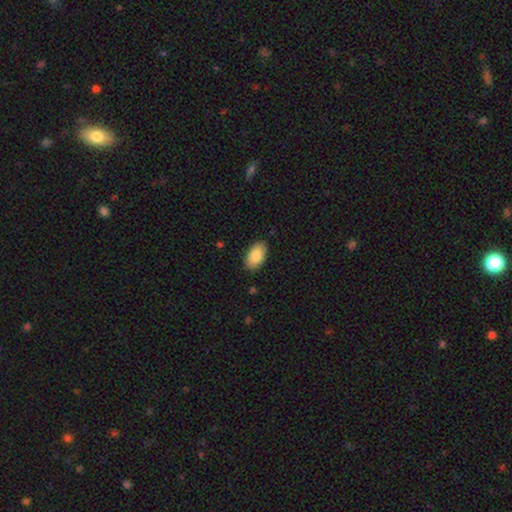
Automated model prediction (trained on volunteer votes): smooth 84%, featured or disk 9%, star or artifact 6%. Down the decision tree: how rounded — in between (94%); merging — none (87%).